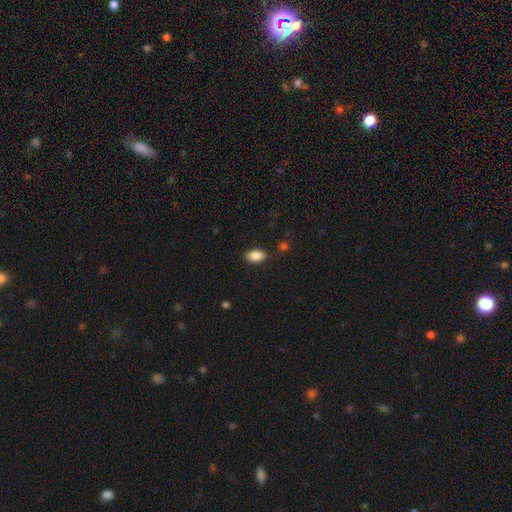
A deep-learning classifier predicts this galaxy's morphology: Overall: smooth (88%). How rounded: in between (90%). Merging: none (86%).